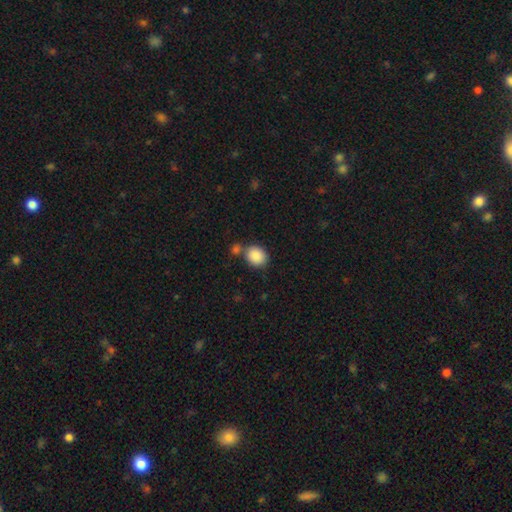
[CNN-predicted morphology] smooth 88%, star or artifact 8%, featured or disk 4%. Down the decision tree: how rounded — round (62%); merging — none (64%).